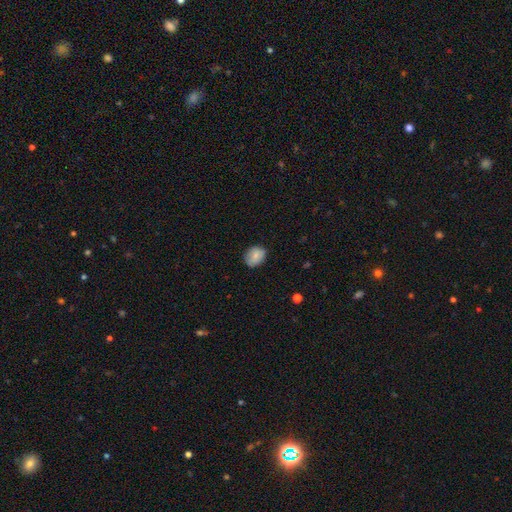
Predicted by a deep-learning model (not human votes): Smooth or featured?
  - smooth: 81% *
  - featured or disk: 11%
  - star or artifact: 8%
How rounded?
  - in between: 53% *
  - round: 46%
  - cigar-shaped: 1%
Merging?
  - none: 79% *
  - minor disturbance: 17%
  - major disturbance: 3%
  - merger: 1%